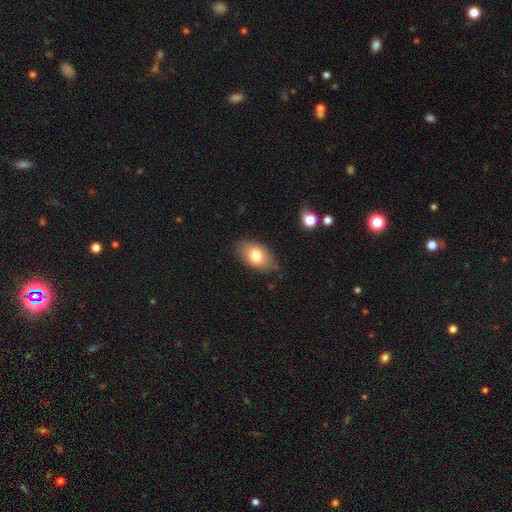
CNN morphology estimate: Q: Smooth or featured?
A: smooth (77%); runner-up: featured or disk (15%)
Q: How rounded?
A: in between (89%); runner-up: round (10%)
Q: Merging?
A: none (76%); runner-up: minor disturbance (19%)